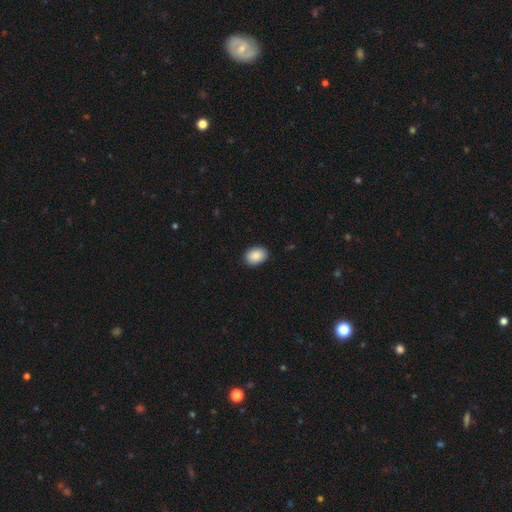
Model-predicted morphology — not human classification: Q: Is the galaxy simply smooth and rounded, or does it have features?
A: smooth — 90%.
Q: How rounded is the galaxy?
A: in between — 78%.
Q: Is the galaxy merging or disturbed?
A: none — 89%.